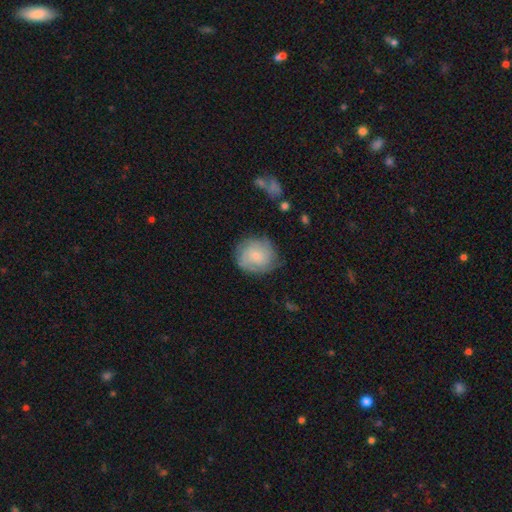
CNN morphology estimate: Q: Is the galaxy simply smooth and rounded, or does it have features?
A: smooth — 56%.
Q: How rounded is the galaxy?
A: round — 83%.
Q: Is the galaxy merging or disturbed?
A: none — 75%.